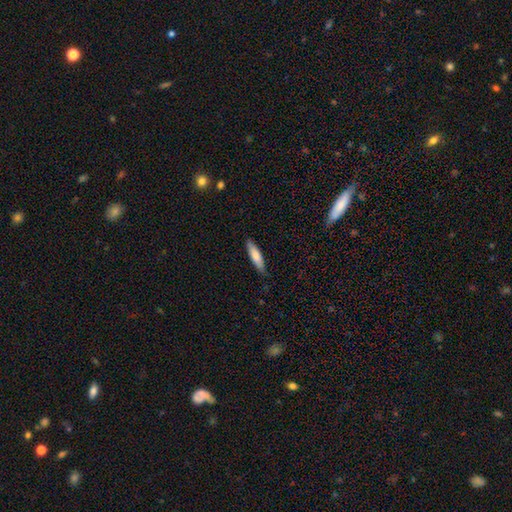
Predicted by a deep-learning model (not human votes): Smooth or featured? Predicted: smooth (p=0.77). How rounded? Predicted: cigar-shaped (p=0.73). Merging? Predicted: none (p=0.85).